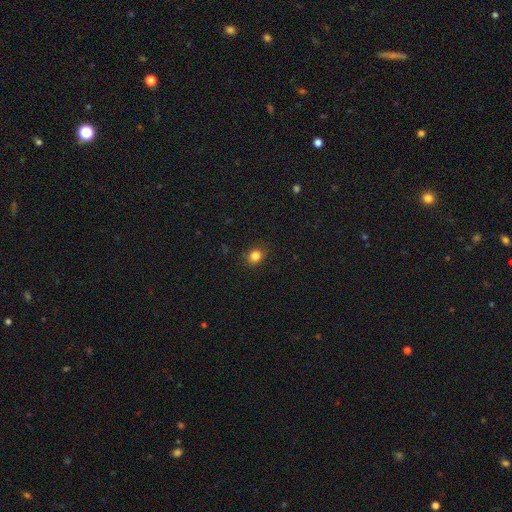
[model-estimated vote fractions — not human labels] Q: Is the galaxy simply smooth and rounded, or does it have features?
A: smooth — 83%.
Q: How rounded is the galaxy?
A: round — 73%.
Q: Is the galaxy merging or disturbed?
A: none — 85%.